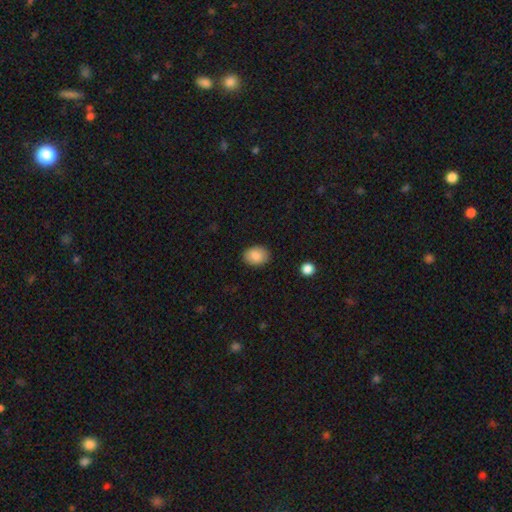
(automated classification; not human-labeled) Smooth or featured: smooth — 88% (star or artifact — 7%)
How rounded: in between — 72% (round — 27%)
Merging: none — 88% (minor disturbance — 9%)